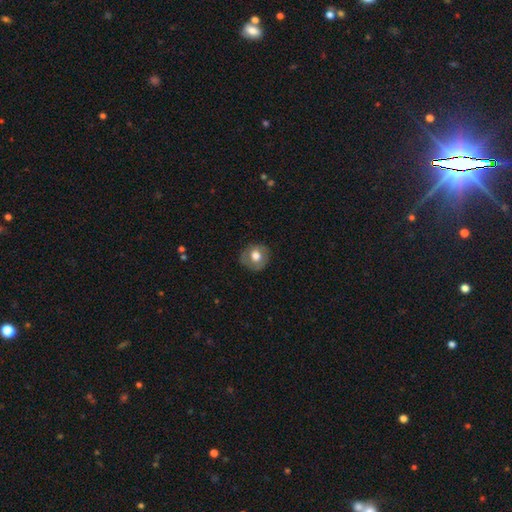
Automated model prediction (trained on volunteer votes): Q: Smooth or featured?
A: smooth (65%); runner-up: featured or disk (26%)
Q: How rounded?
A: round (84%); runner-up: in between (15%)
Q: Merging?
A: none (81%); runner-up: minor disturbance (14%)